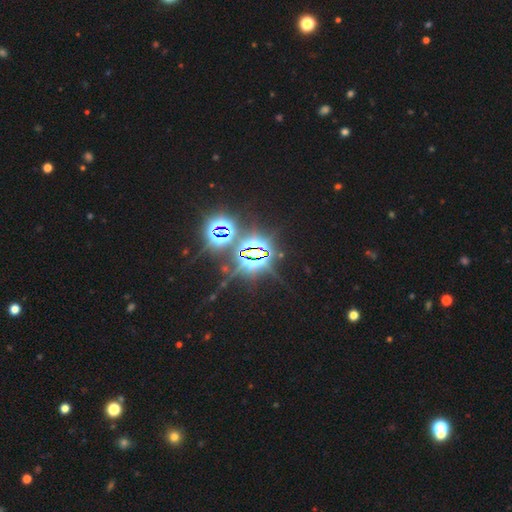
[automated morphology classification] star or artifact 84%, smooth 8%, featured or disk 8%.